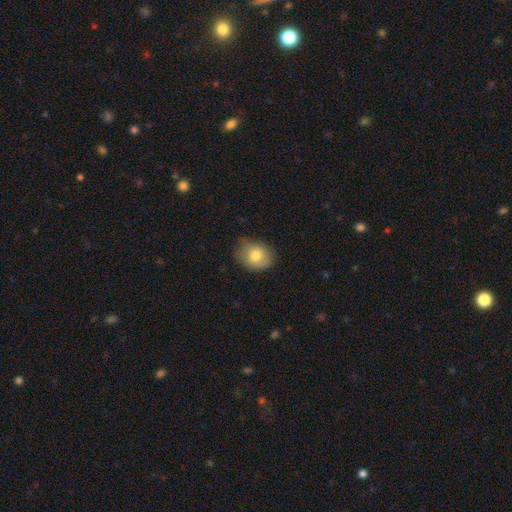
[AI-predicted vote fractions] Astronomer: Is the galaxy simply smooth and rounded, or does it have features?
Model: smooth — 77%.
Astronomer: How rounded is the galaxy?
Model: in between — 52% (runner-up: round, 47%).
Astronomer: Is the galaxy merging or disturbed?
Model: none — 70%.